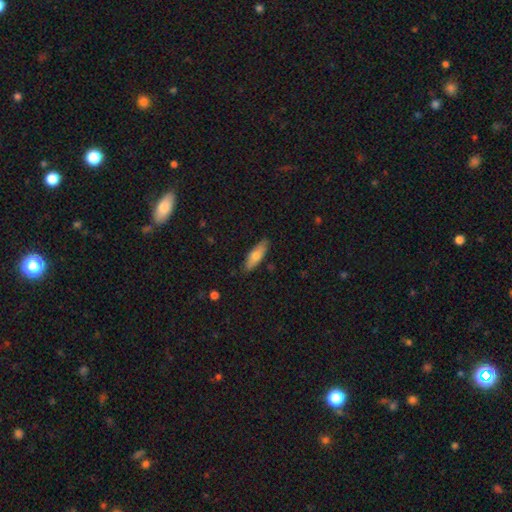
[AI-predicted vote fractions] Smooth or featured? smooth (70%)
How rounded? in between (53%)
Merging? none (85%)